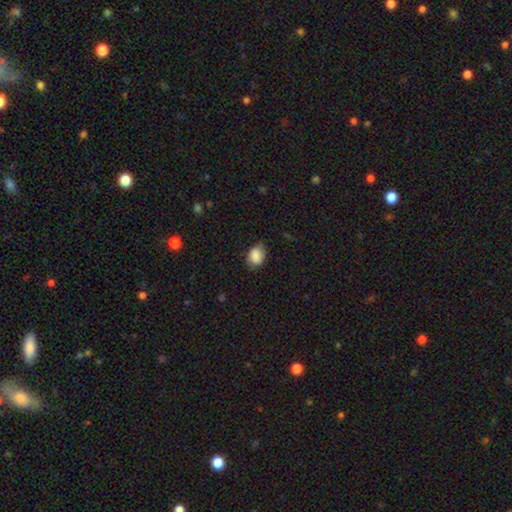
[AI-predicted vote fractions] Smooth or featured: smooth — 86% (star or artifact — 8%)
How rounded: in between — 67% (round — 32%)
Merging: none — 67% (minor disturbance — 27%)